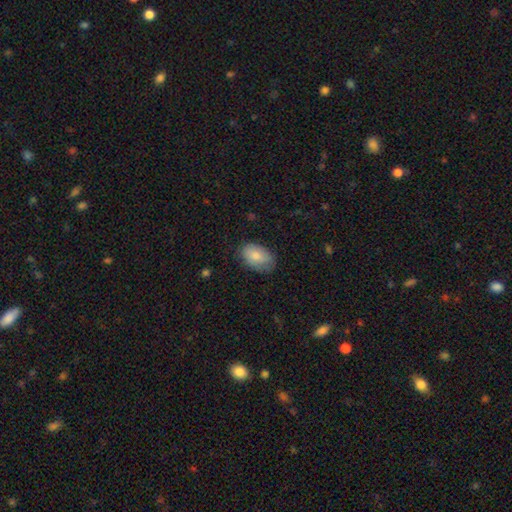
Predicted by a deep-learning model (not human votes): The model was most divided on "merging": none: 71%, minor disturbance: 23%, major disturbance: 5%, merger: 1%. More confident: how rounded — in between (90%); smooth or featured — smooth (82%).